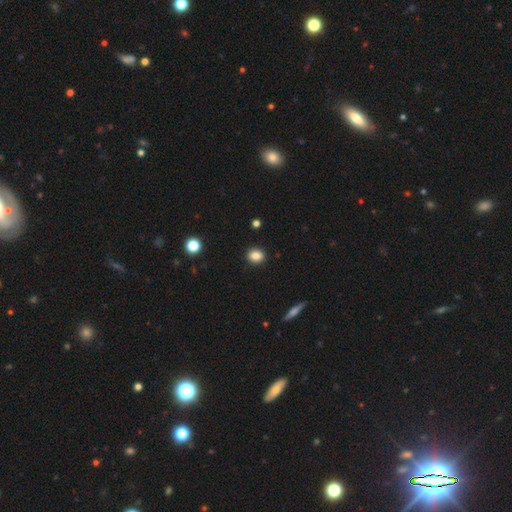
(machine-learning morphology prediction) Smooth or featured: smooth — 85% (star or artifact — 10%)
How rounded: round — 63% (in between — 36%)
Merging: none — 91% (minor disturbance — 6%)